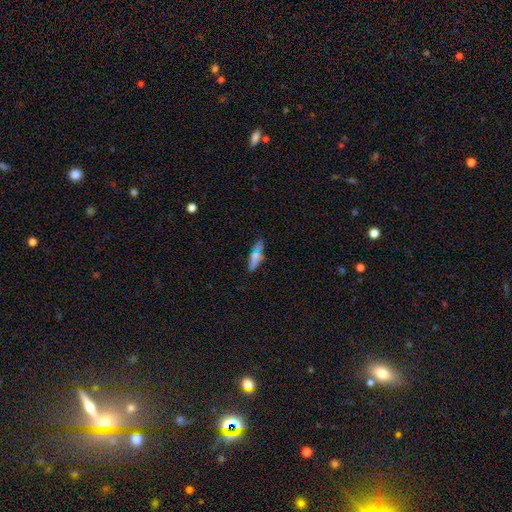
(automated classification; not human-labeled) smooth-or-featured: smooth: 67% | featured or disk: 23% | star or artifact: 10%
  how-rounded: cigar-shaped: 53% | in between: 43% | round: 4%
  merging: none: 74% | minor disturbance: 16% | merger: 5% | major disturbance: 4%